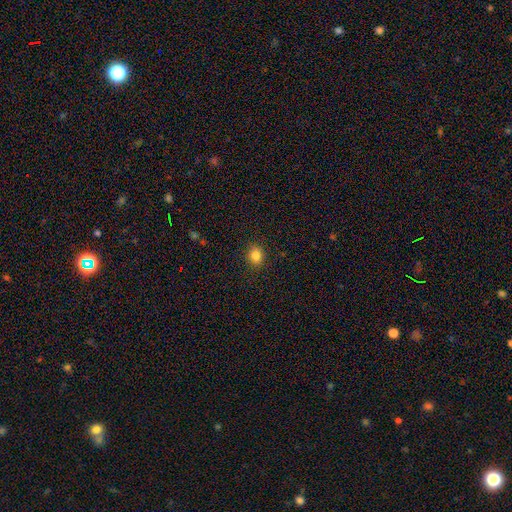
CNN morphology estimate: smooth-or-featured: smooth: 83% | star or artifact: 12% | featured or disk: 5%
  how-rounded: round: 72% | in between: 27% | cigar-shaped: 1%
  merging: none: 89% | minor disturbance: 8% | major disturbance: 2% | merger: 1%